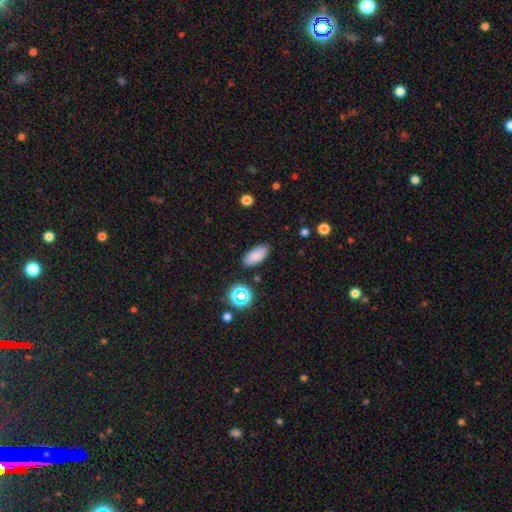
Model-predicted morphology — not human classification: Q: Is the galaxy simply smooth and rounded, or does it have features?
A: smooth — 82%.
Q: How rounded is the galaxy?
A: in between — 87%.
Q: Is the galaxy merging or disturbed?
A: none — 87%.